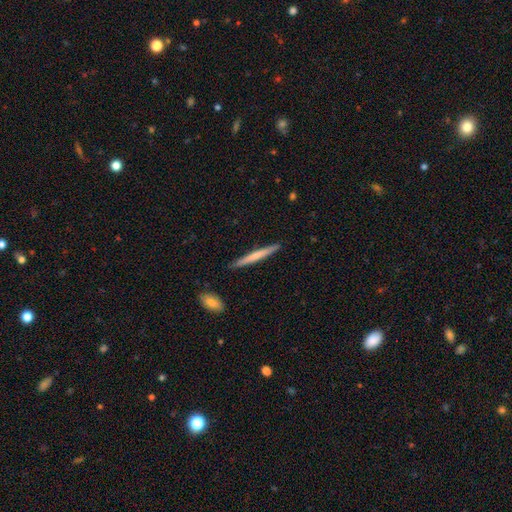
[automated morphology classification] Q: Smooth or featured?
A: smooth (57%); runner-up: featured or disk (38%)
Q: How rounded?
A: cigar-shaped (96%); runner-up: in between (2%)
Q: Merging?
A: none (90%); runner-up: minor disturbance (7%)